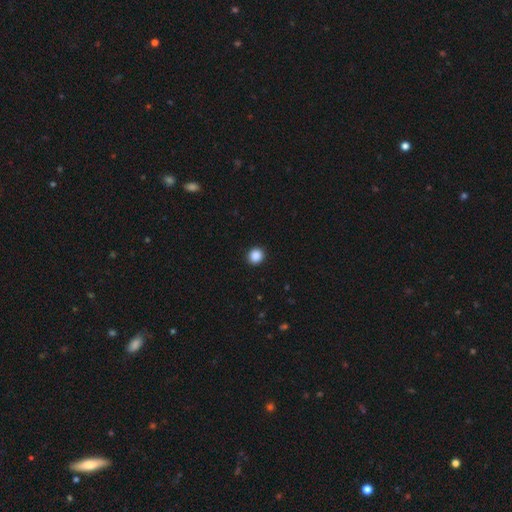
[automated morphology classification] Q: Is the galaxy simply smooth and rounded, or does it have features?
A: smooth — 88%.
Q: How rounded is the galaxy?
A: round — 90%.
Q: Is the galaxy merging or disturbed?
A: none — 93%.